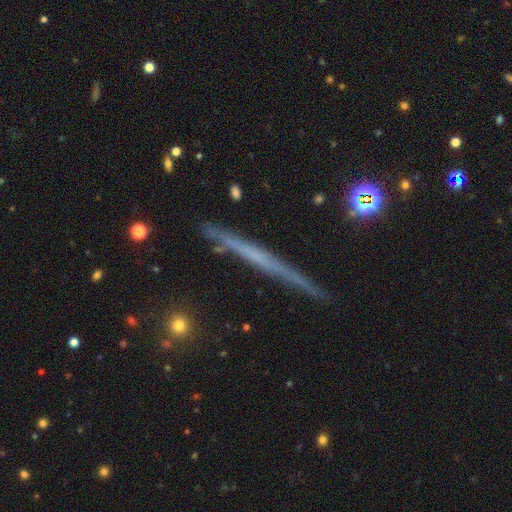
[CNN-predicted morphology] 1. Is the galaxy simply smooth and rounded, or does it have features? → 59% featured or disk, 33% smooth, 8% star or artifact.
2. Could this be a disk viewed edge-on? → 97% yes, 3% no.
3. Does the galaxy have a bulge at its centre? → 90% none, 6% rounded, 3% boxy.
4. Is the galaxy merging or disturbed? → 87% none, 10% minor disturbance, 2% major disturbance, 2% merger.